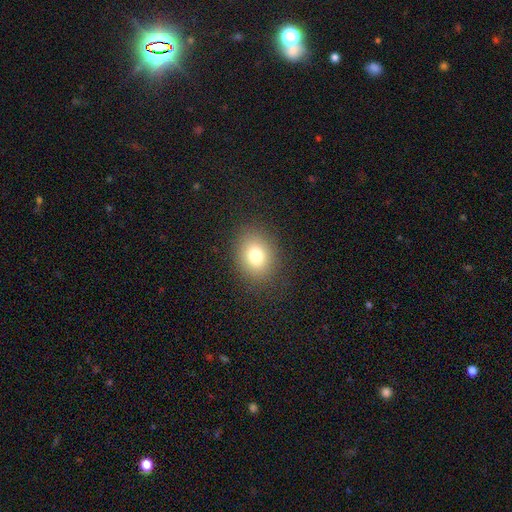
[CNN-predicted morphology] A smooth galaxy with no disk features (78%) that is in between round and cigar-shaped (52%). Merging: none (86%).